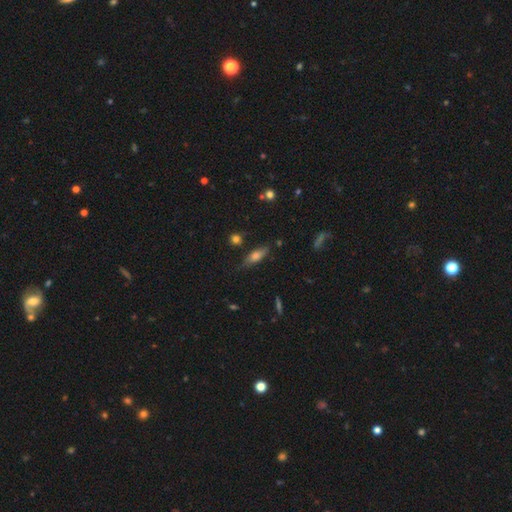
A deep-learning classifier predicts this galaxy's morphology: This is possibly a smooth galaxy (60%). How rounded: possibly in between (55%). Merging: likely none (72%).